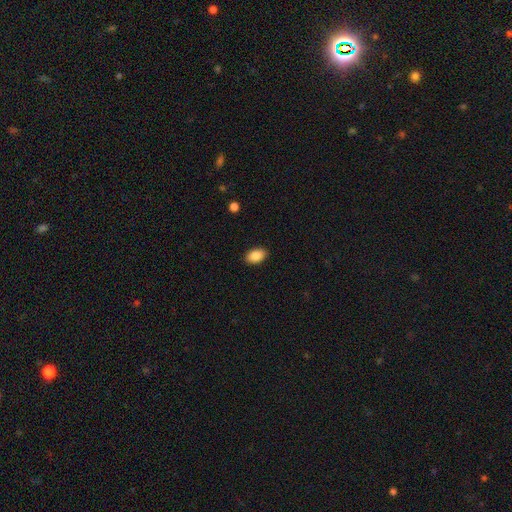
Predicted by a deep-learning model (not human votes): A smooth galaxy with no disk features (88%) that is in between round and cigar-shaped (91%).

Vote fractions:
- Smooth or featured? smooth: 88% / star or artifact: 7% / featured or disk: 5%
- How rounded? in between: 91% / round: 8% / cigar-shaped: 1%
- Merging? none: 89% / minor disturbance: 8% / major disturbance: 2% / merger: 1%